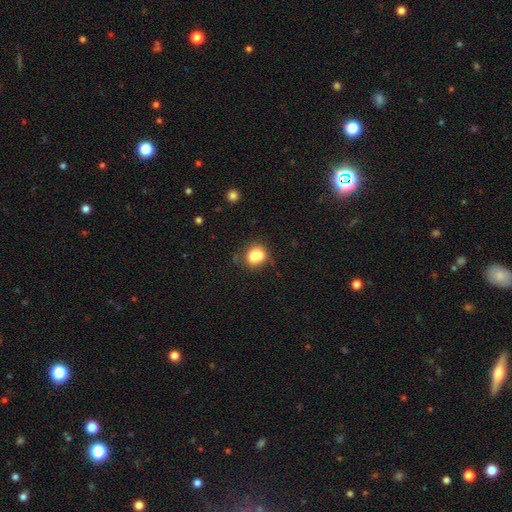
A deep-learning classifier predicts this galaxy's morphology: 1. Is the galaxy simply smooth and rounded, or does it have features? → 78% smooth, 12% featured or disk, 10% star or artifact.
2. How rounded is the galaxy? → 64% round, 35% in between, 1% cigar-shaped.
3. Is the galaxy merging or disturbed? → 49% none, 28% merger, 17% minor disturbance, 6% major disturbance.